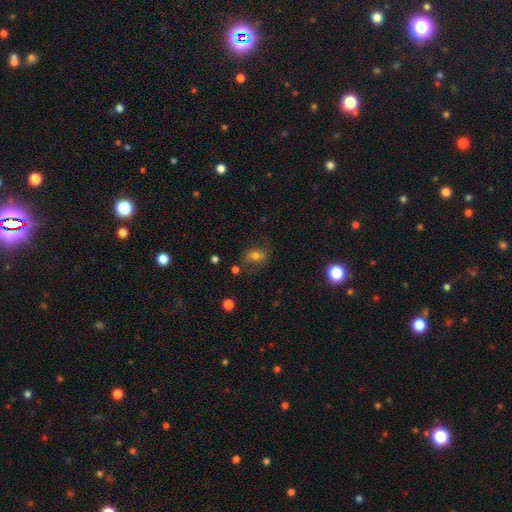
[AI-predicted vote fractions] smooth-or-featured: smooth: 65% | featured or disk: 21% | star or artifact: 14%
  how-rounded: in between: 67% | round: 30% | cigar-shaped: 2%
  merging: none: 65% | minor disturbance: 20% | major disturbance: 10% | merger: 5%